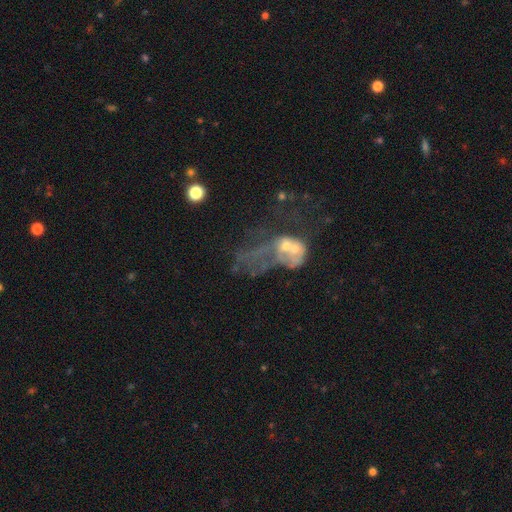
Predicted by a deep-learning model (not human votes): featured or disk 52%, smooth 27%, star or artifact 21%. Down the decision tree: edge-on disk — no (95%); merging — merger (45%).